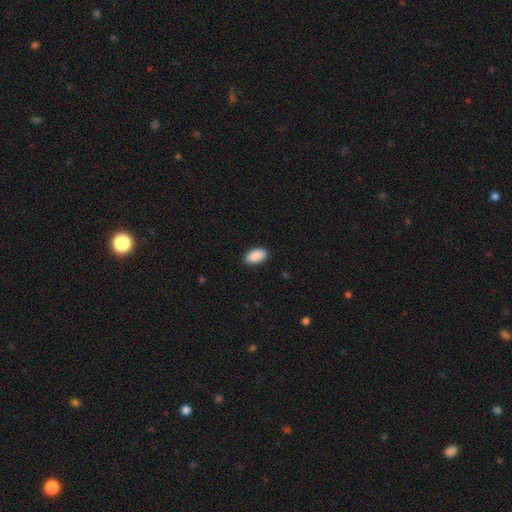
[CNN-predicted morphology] Smooth or featured?
  - smooth: 91% *
  - star or artifact: 7%
  - featured or disk: 3%
How rounded?
  - in between: 94% *
  - round: 3%
  - cigar-shaped: 2%
Merging?
  - none: 88% *
  - minor disturbance: 9%
  - major disturbance: 2%
  - merger: 1%